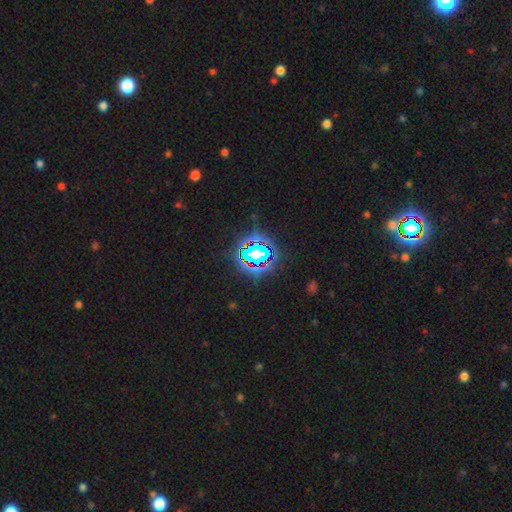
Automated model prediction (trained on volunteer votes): star or artifact 67%, smooth 19%, featured or disk 14%.